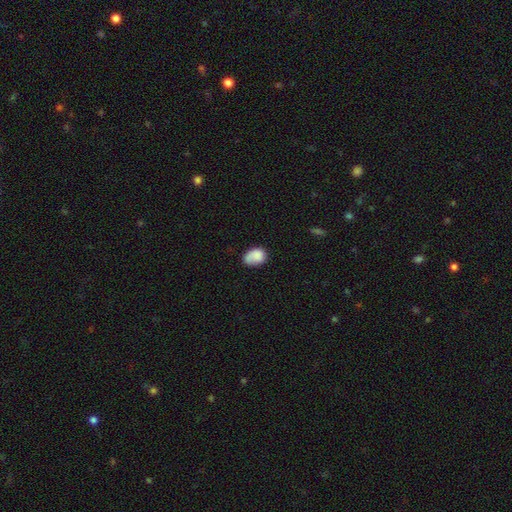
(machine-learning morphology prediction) type=smooth (83%); roundness=in between (74%); merging=none (55%).